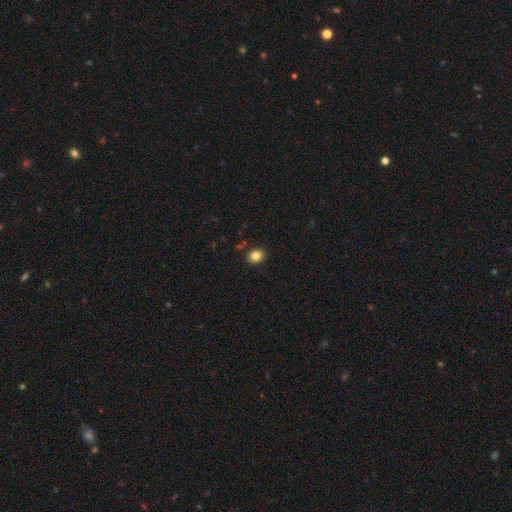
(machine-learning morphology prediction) Smooth or featured: smooth — 84% (star or artifact — 10%)
How rounded: round — 52% (in between — 47%)
Merging: none — 87% (minor disturbance — 9%)